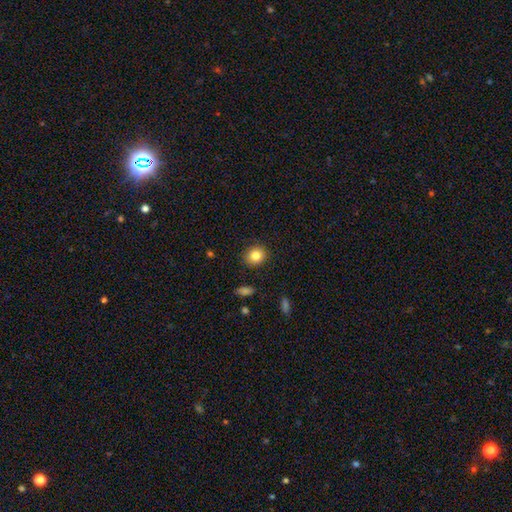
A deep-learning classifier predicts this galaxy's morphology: smooth 83%, star or artifact 10%, featured or disk 7%. Down the decision tree: how rounded — round (78%); merging — none (90%).